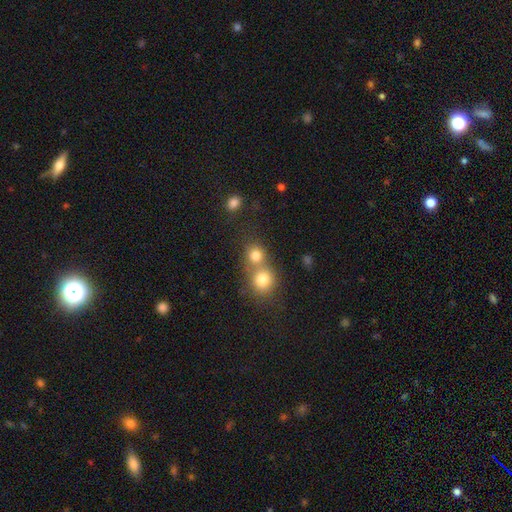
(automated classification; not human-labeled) The model was most divided on "merging": merger: 50%, none: 42%, minor disturbance: 6%, major disturbance: 3%. More confident: how rounded — round (85%); smooth or featured — smooth (79%).